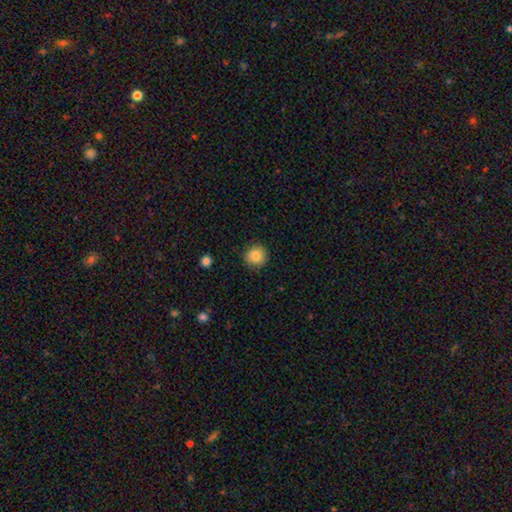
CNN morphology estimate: The model was most divided on "smooth or featured": smooth: 84%, star or artifact: 9%, featured or disk: 6%. More confident: how rounded — round (92%); merging — none (88%).